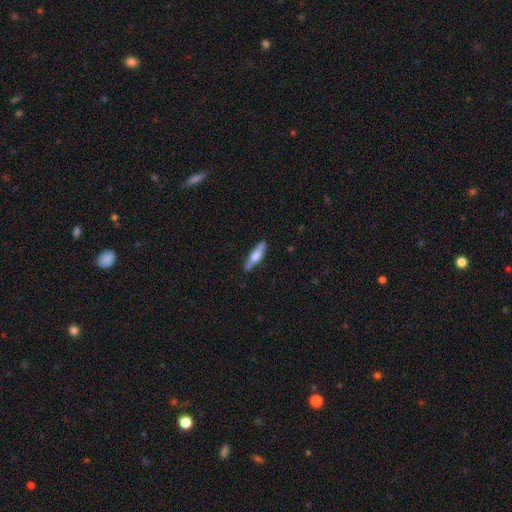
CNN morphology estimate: Overall: smooth (55%; featured or disk 39%). How rounded: cigar-shaped (74%). Merging: none (81%).